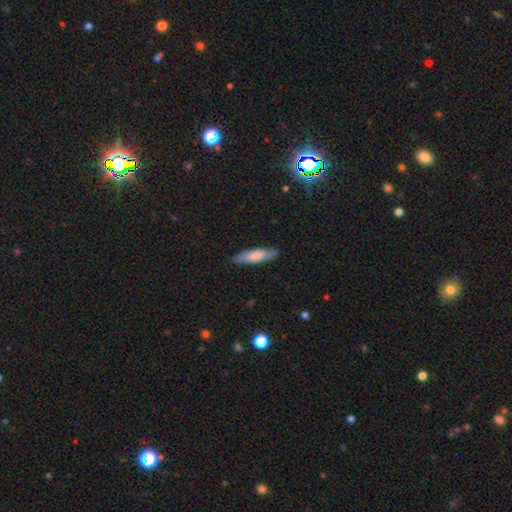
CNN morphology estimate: A smooth galaxy with no disk features (70%) that is cigar-shaped (65%).

Vote fractions:
- Smooth or featured? smooth: 70% / featured or disk: 24% / star or artifact: 5%
- How rounded? cigar-shaped: 65% / in between: 34% / round: 2%
- Merging? none: 85% / minor disturbance: 12% / major disturbance: 2% / merger: 1%